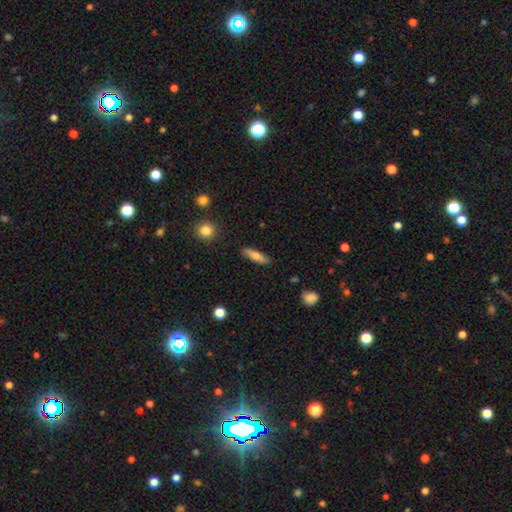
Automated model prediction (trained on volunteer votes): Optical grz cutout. It shows a smooth galaxy with no disk features (65%) that is cigar-shaped (66%). Merging: none (87%).